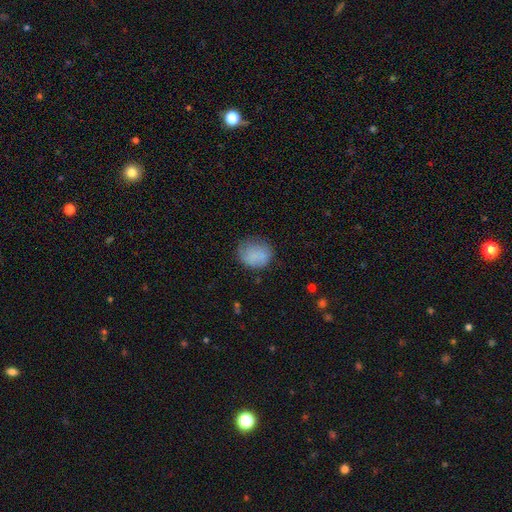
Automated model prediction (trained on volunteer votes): Smooth or featured?
  - smooth: 80% *
  - featured or disk: 12%
  - star or artifact: 9%
How rounded?
  - round: 66% *
  - in between: 33%
  - cigar-shaped: 1%
Merging?
  - none: 62% *
  - minor disturbance: 26%
  - major disturbance: 10%
  - merger: 2%